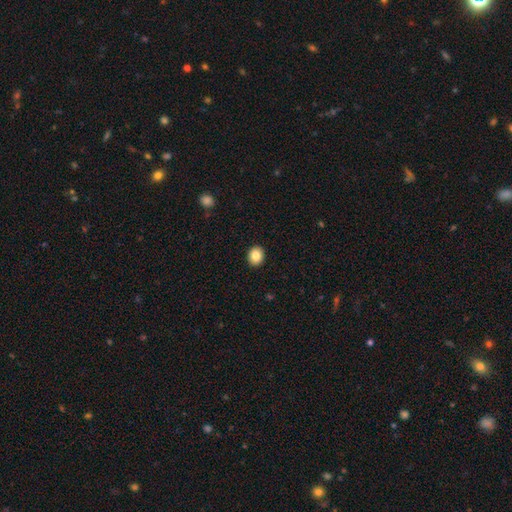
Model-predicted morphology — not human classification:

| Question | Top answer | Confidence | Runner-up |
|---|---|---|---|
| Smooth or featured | smooth | 84% | star or artifact (9%) |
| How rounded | round | 63% | in between (36%) |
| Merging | none | 92% | minor disturbance (6%) |